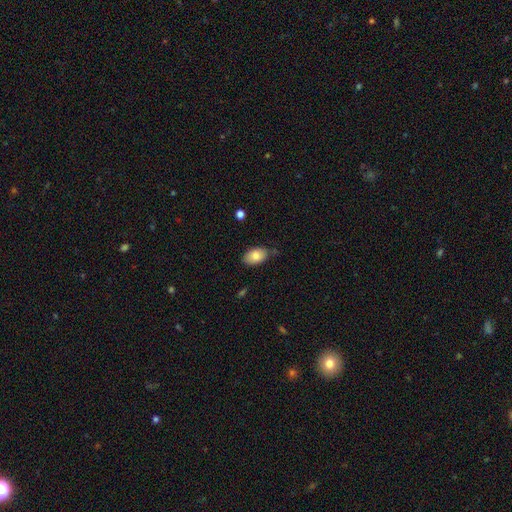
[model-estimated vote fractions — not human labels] A smooth galaxy with no disk features (83%) that is in between round and cigar-shaped (92%). Merging: none (75%).